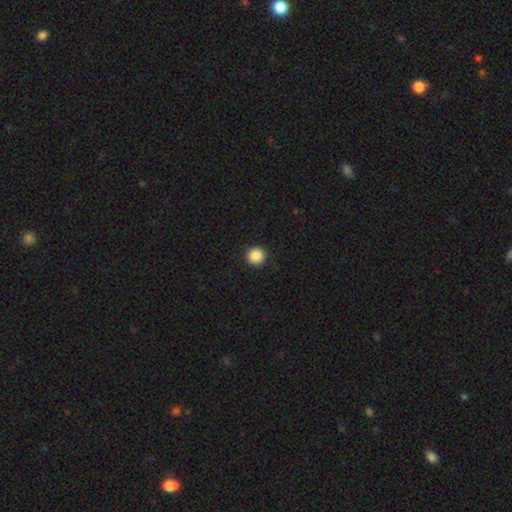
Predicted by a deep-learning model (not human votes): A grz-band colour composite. It shows a smooth galaxy with no disk features (88%) that is round (95%). Merging: none (94%).